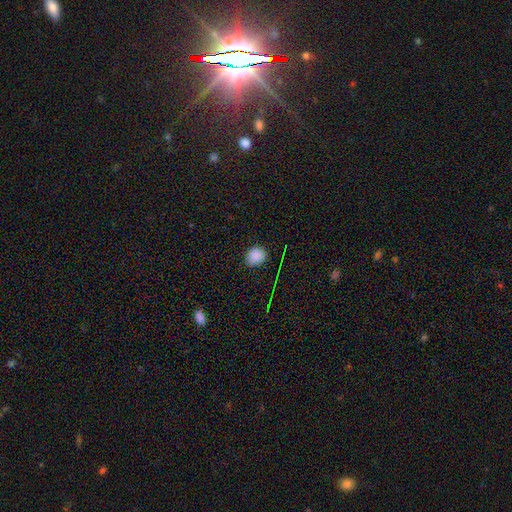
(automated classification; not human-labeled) A smooth galaxy with no disk features (83%) that is round (64%). Merging: none (83%).